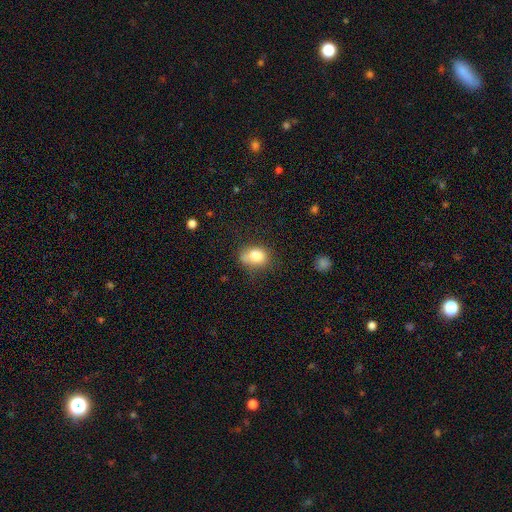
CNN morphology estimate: A smooth galaxy with no disk features (82%) that is in between round and cigar-shaped (62%).

Vote fractions:
- Smooth or featured? smooth: 82% / star or artifact: 9% / featured or disk: 9%
- How rounded? in between: 62% / round: 36% / cigar-shaped: 1%
- Merging? none: 52% / minor disturbance: 28% / merger: 11% / major disturbance: 10%